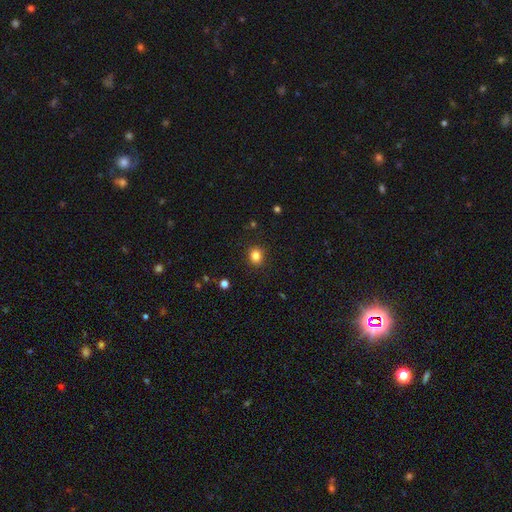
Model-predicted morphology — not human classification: smooth 83%, star or artifact 12%, featured or disk 5%. Down the decision tree: how rounded — round (75%); merging — none (90%).